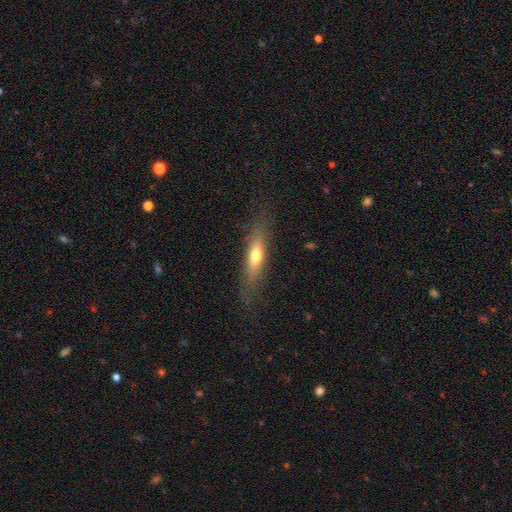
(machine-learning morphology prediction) This is possibly a smooth galaxy (55%). How rounded: likely cigar-shaped (71%). Merging: likely none (79%).